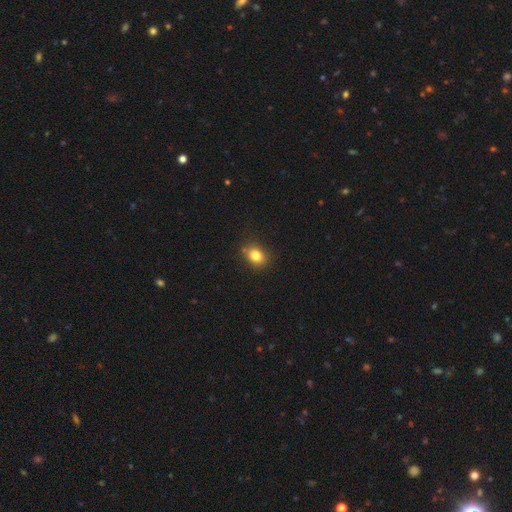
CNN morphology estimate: This appears to be a smooth galaxy with no disk features (81%) that is in between round and cigar-shaped (51%). Merging: none (80%).